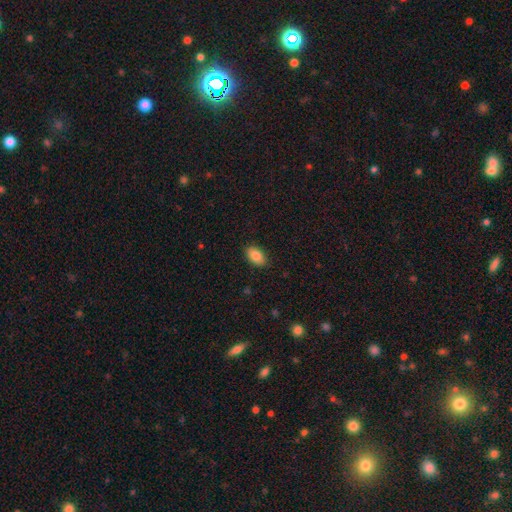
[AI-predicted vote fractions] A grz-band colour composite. It shows a smooth galaxy with no disk features (87%) that is in between round and cigar-shaped (92%). Merging: none (88%).